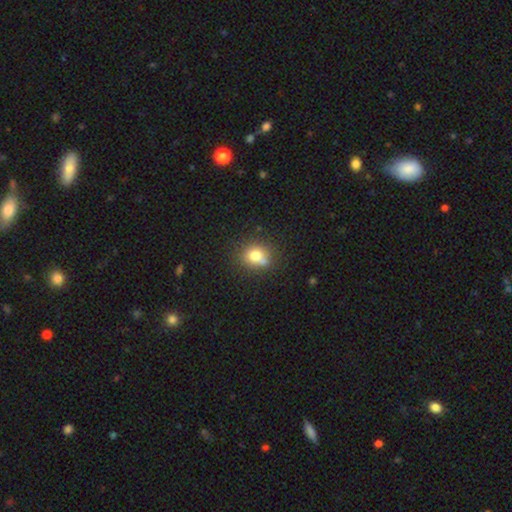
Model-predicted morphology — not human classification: Smooth or featured: smooth — 76% (star or artifact — 12%)
How rounded: round — 70% (in between — 29%)
Merging: none — 60% (minor disturbance — 19%)